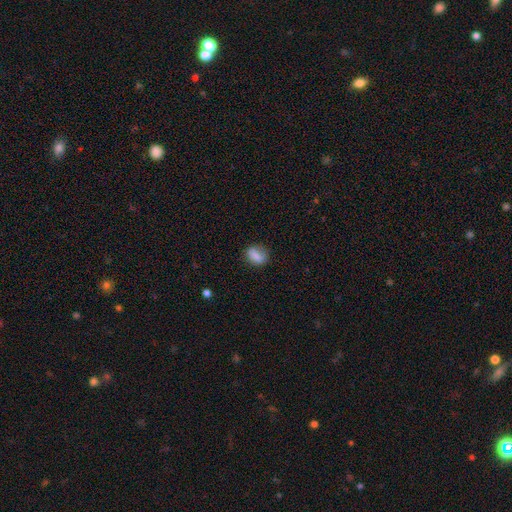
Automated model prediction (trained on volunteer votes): This is likely a smooth galaxy (75%). How rounded: possibly in between (55%). Merging: likely none (77%).